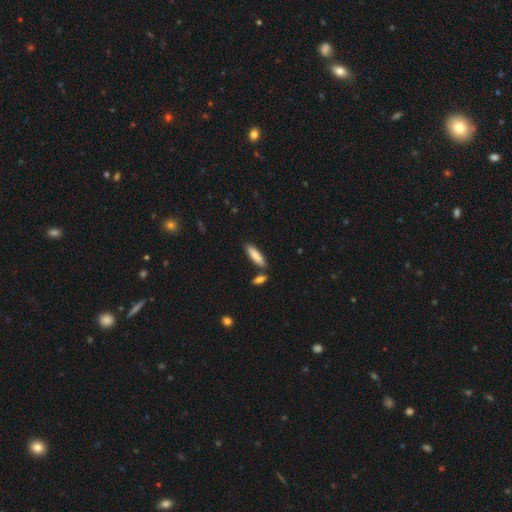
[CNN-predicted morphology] The model was most divided on "how rounded": cigar-shaped: 62%, in between: 36%, round: 1%. More confident: smooth or featured — smooth (84%); merging — none (81%).